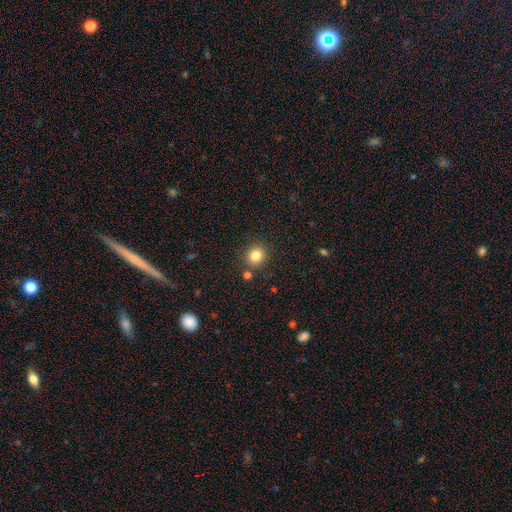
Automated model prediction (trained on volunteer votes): The model was most divided on "smooth or featured": smooth: 82%, star or artifact: 12%, featured or disk: 6%. More confident: merging — none (86%); how rounded — round (86%).